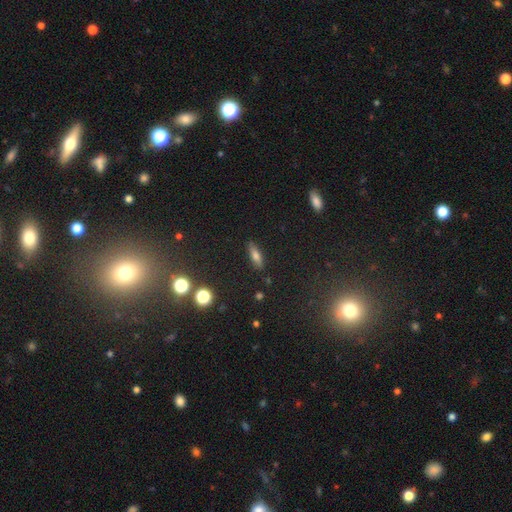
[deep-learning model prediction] Smooth or featured? Predicted: smooth (p=0.66). How rounded? Predicted: in between (p=0.49). Merging? Predicted: none (p=0.86).